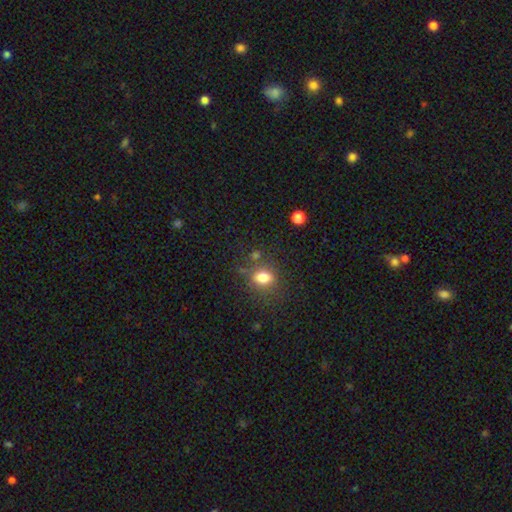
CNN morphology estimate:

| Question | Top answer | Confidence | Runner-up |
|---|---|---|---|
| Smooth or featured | smooth | 73% | star or artifact (18%) |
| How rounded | round | 54% | in between (44%) |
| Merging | none | 72% | minor disturbance (14%) |